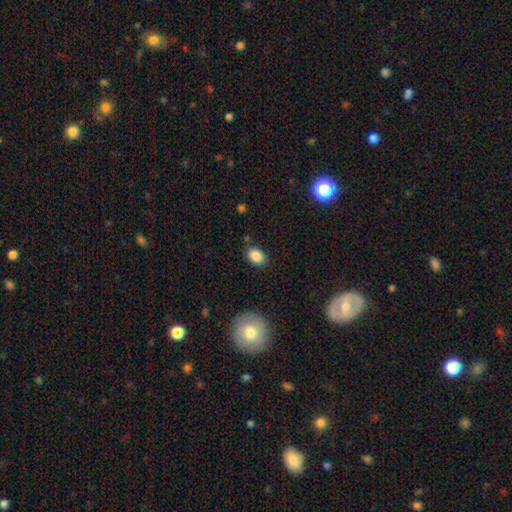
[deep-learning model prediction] Morphology: type=smooth (87%); roundness=in between (82%); merging=none (83%).